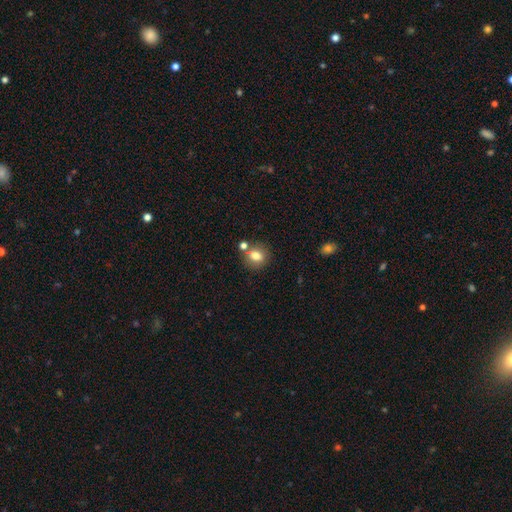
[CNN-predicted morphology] type=smooth (77%); roundness=round (74%); merging=none (70%).